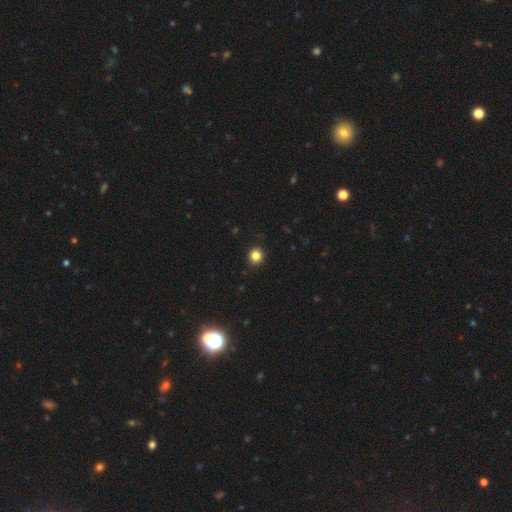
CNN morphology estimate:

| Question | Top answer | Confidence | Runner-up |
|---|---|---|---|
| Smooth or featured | smooth | 84% | star or artifact (12%) |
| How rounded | round | 92% | in between (7%) |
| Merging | none | 93% | minor disturbance (5%) |